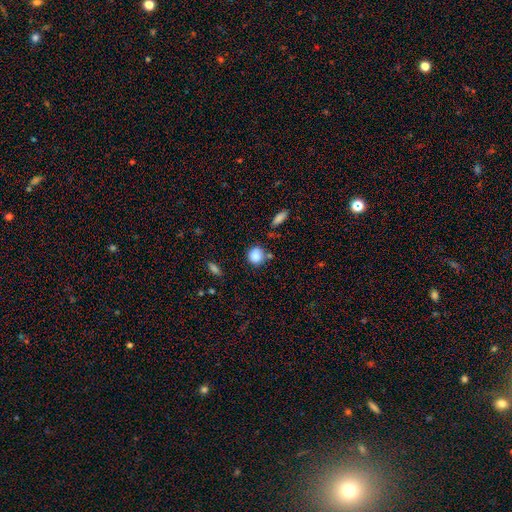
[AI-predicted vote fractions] Morphology: type=smooth (86%); roundness=round (83%); merging=none (71%).